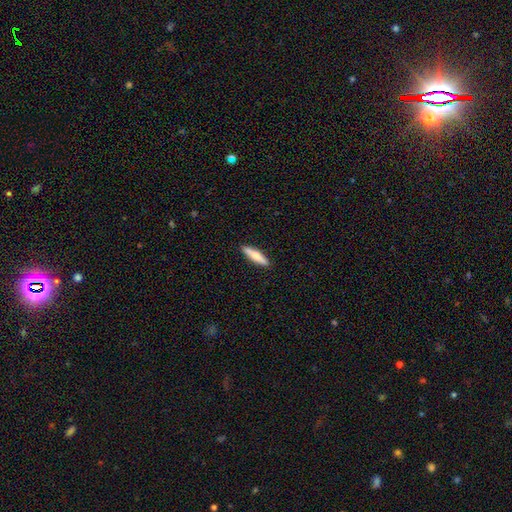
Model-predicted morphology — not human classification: Smooth or featured: smooth — 66% (featured or disk — 28%)
How rounded: cigar-shaped — 81% (in between — 18%)
Merging: none — 90% (minor disturbance — 7%)